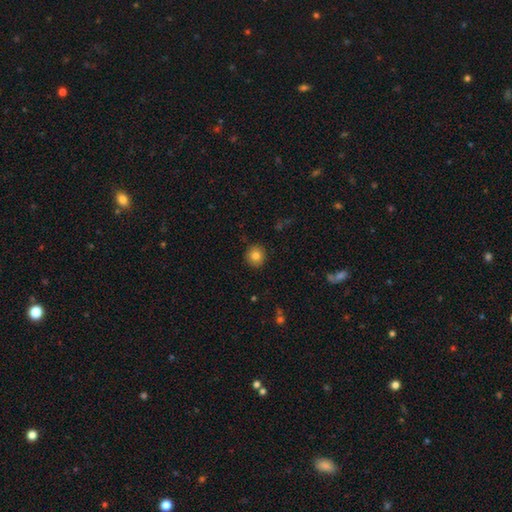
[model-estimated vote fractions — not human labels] Smooth or featured: smooth — 82% (star or artifact — 10%)
How rounded: round — 93% (in between — 6%)
Merging: none — 91% (minor disturbance — 6%)